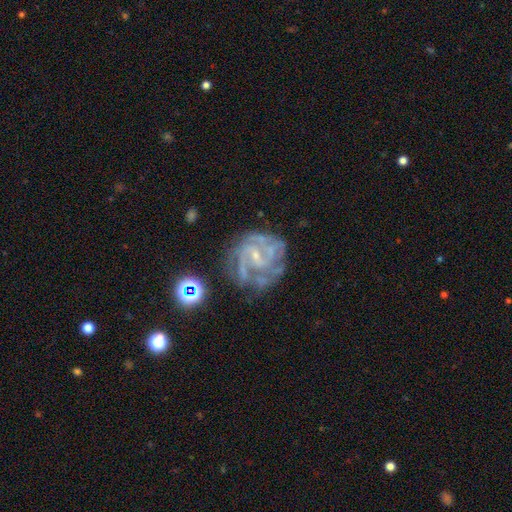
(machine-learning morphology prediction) The model was most divided on "spiral arm count" (2-way tie): can't tell: 26%, 3: 26%, 2: 25%, 4: 11%, 1: 6%, more than 4: 6%. Remaining: edge-on disk — no (98%); spiral arms — yes (94%); smooth or featured — featured or disk (85%); bulge size — small (73%); merging — none (60%); spiral winding — tight (53%); bar — weak (47%).